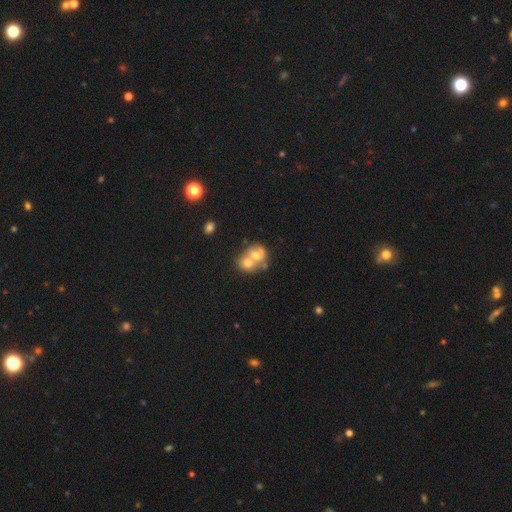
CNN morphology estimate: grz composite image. It shows a smooth galaxy with no disk features (55%) that is round (60%). Merging: merger (70%).